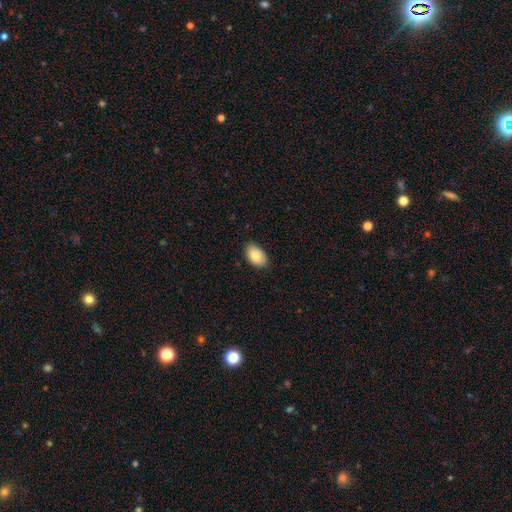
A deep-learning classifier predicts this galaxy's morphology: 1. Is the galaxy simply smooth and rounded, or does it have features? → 84% smooth, 9% featured or disk, 7% star or artifact.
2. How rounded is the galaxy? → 90% in between, 9% round, 1% cigar-shaped.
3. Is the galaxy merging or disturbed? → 84% none, 13% minor disturbance, 2% major disturbance, 1% merger.